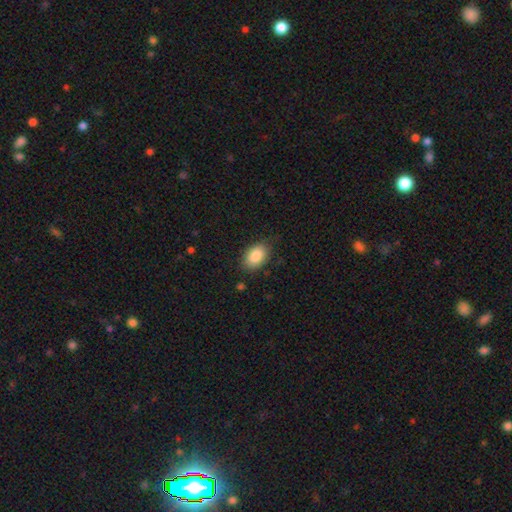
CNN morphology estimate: The model was most divided on "merging": none: 83%, minor disturbance: 13%, major disturbance: 3%, merger: 1%. More confident: how rounded — in between (89%); smooth or featured — smooth (87%).